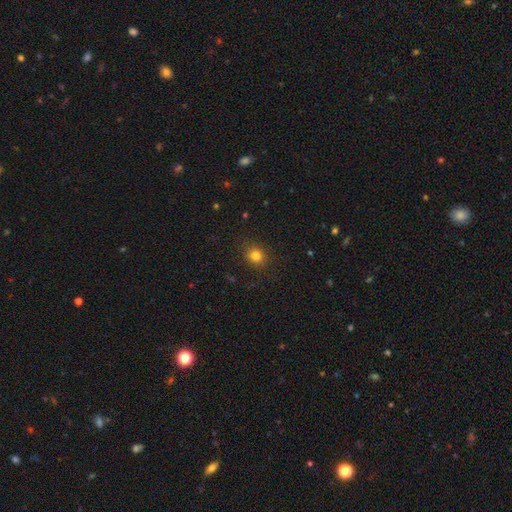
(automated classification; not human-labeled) Smooth or featured? smooth (80%)
How rounded? round (82%)
Merging? none (87%)